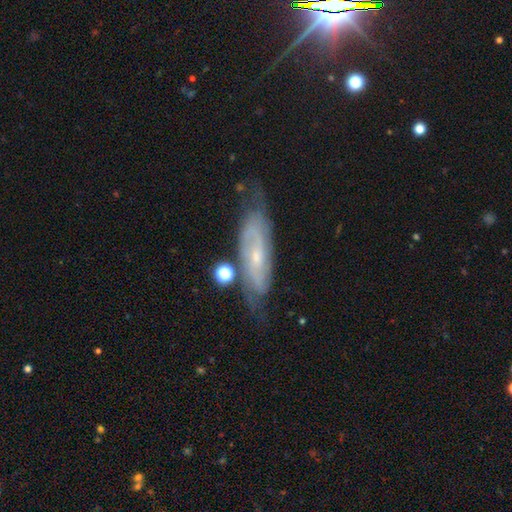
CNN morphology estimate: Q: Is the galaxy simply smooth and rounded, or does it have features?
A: featured or disk — 78%.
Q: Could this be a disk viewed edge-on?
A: no — 83%.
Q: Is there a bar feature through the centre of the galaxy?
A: no — 50%.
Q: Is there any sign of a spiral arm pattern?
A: yes — 92%.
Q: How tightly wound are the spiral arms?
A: tight — 52%.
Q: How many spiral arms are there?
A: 2 — 58%.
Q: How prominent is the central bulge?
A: small — 73%.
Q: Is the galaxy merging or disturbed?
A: none — 66%.